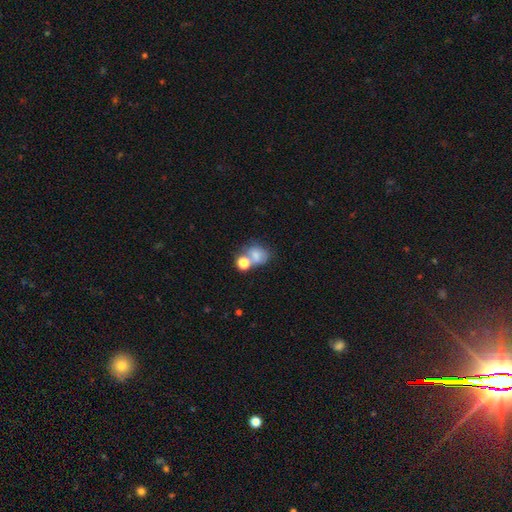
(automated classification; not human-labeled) smooth_or_featured: smooth (p=0.69) [alt: featured or disk p=0.18]
how_rounded: round (p=0.50) [alt: in between p=0.49]
merging: merger (p=0.45) [alt: none p=0.32]